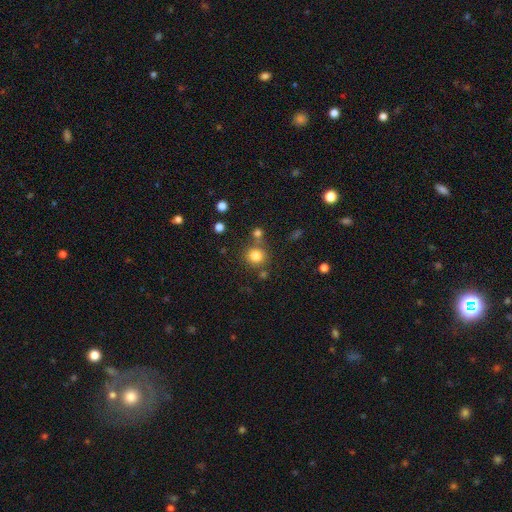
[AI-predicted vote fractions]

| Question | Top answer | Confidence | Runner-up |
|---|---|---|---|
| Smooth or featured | smooth | 81% | star or artifact (13%) |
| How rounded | round | 91% | in between (9%) |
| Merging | none | 75% | merger (12%) |